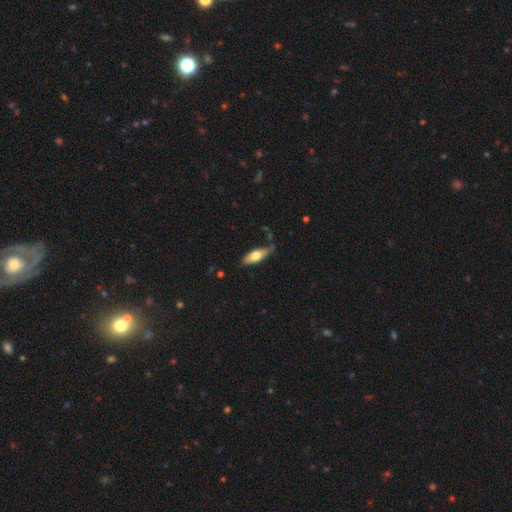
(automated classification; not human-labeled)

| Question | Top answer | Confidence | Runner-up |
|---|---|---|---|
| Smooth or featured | smooth | 61% | featured or disk (33%) |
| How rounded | in between | 61% | cigar-shaped (37%) |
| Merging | none | 72% | minor disturbance (21%) |